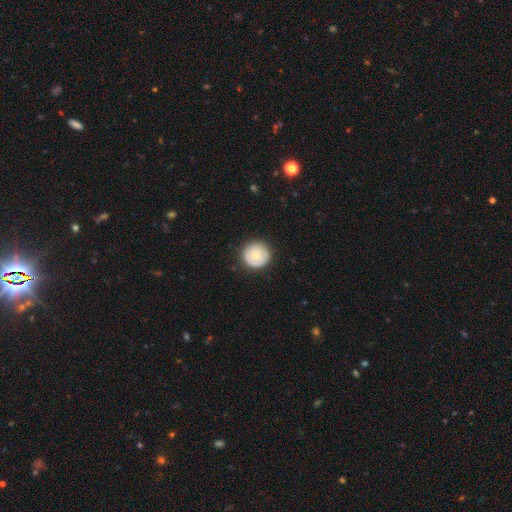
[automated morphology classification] Q: Smooth or featured?
A: smooth (67%); runner-up: featured or disk (26%)
Q: How rounded?
A: round (96%); runner-up: in between (3%)
Q: Merging?
A: none (88%); runner-up: minor disturbance (9%)